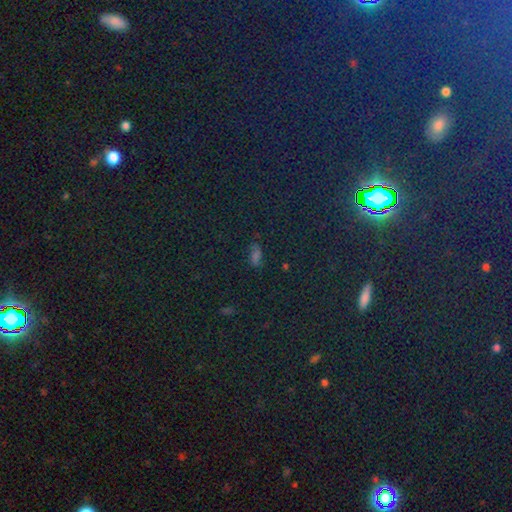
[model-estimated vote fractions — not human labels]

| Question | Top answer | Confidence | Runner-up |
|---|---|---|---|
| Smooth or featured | star or artifact | 68% | smooth (23%) |